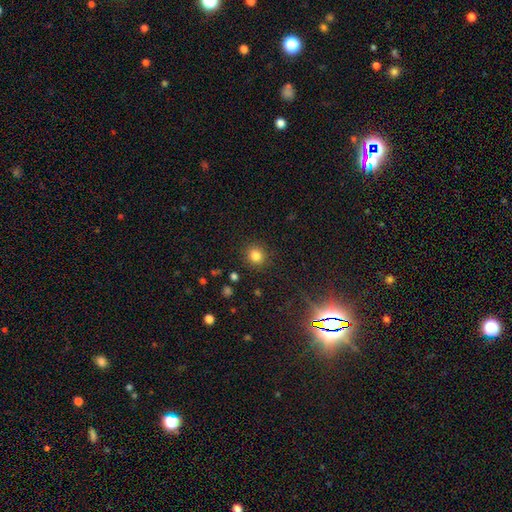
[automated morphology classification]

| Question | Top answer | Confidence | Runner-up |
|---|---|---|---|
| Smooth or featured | smooth | 82% | star or artifact (12%) |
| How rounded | round | 87% | in between (12%) |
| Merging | none | 90% | minor disturbance (7%) |